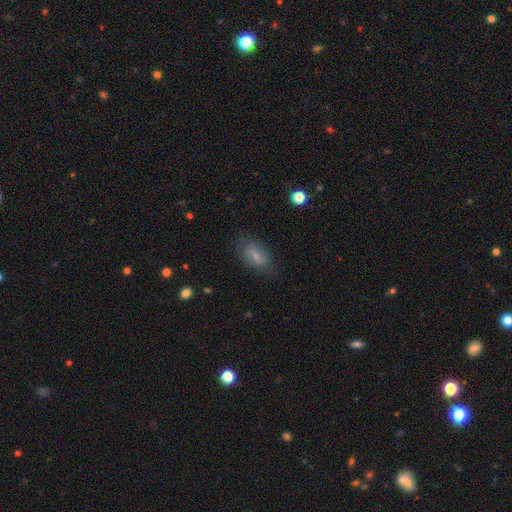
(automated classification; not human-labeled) Q: Smooth or featured?
A: smooth (67%); runner-up: featured or disk (24%)
Q: How rounded?
A: in between (79%); runner-up: cigar-shaped (16%)
Q: Merging?
A: none (73%); runner-up: minor disturbance (19%)